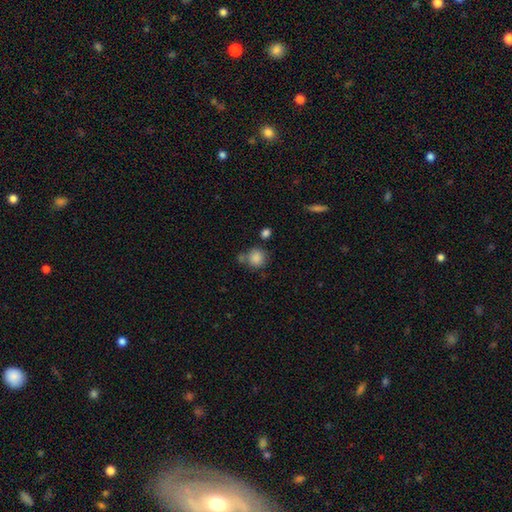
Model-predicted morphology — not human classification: The model was most divided on "merging": none: 60%, merger: 18%, minor disturbance: 16%, major disturbance: 6%. More confident: how rounded — round (86%); smooth or featured — smooth (85%).